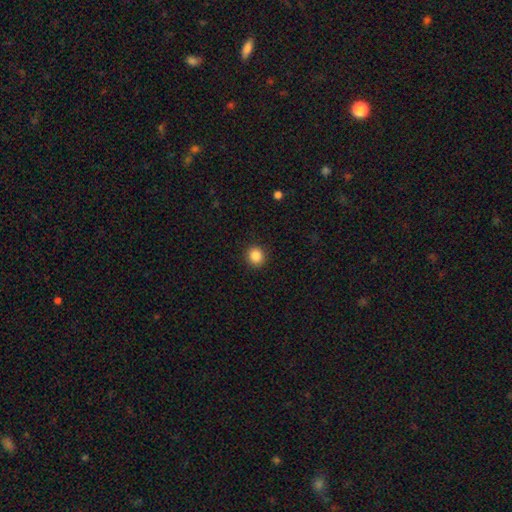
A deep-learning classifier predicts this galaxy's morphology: smooth 87%, star or artifact 10%, featured or disk 3%. Down the decision tree: how rounded — round (87%); merging — none (92%).